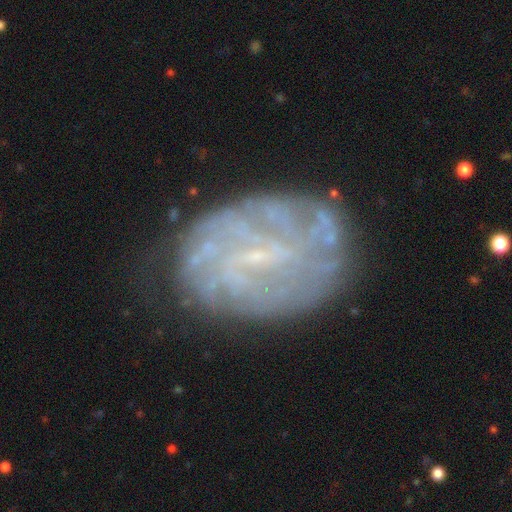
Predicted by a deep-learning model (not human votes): Smooth or featured? featured or disk (78%)
Edge-on disk? no (97%)
Bar? weak (51%)
Spiral arms? yes (80%)
Spiral winding? tight (58%)
Spiral arm count? can't tell (53%)
Bulge size? small (69%)
Merging? none (73%)